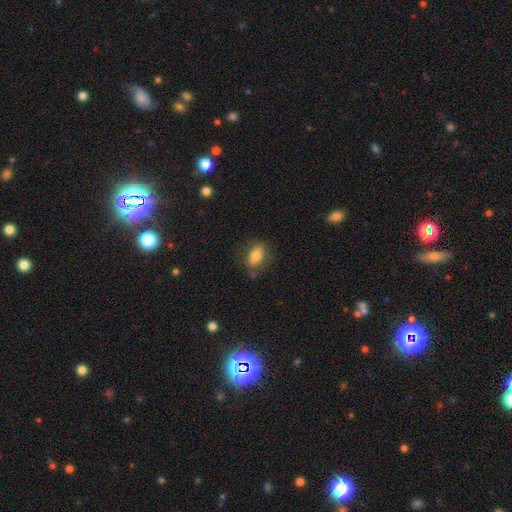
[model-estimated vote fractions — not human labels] Overall: smooth (75%). How rounded: in between (87%). Merging: none (71%).